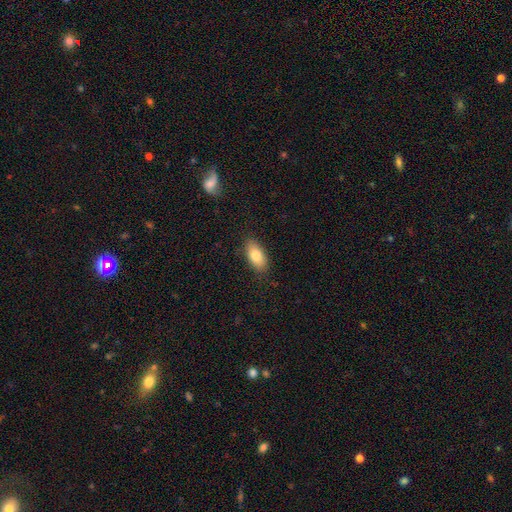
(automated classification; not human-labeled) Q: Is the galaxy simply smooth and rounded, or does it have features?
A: smooth — 80%.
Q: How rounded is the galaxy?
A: in between — 90%.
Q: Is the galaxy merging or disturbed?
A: none — 85%.